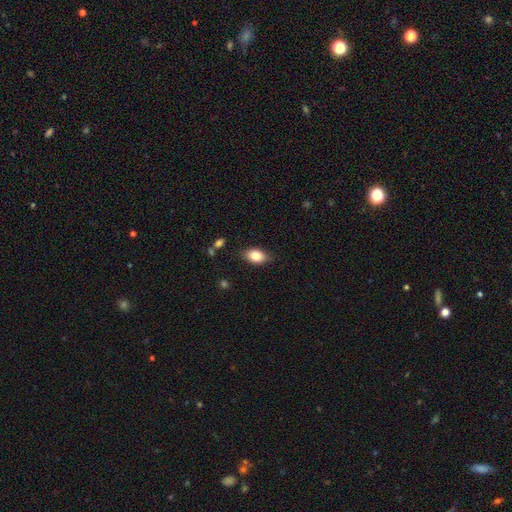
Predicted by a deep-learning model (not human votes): This is clearly a smooth galaxy (82%). How rounded: clearly in between (85%). Merging: likely none (80%).